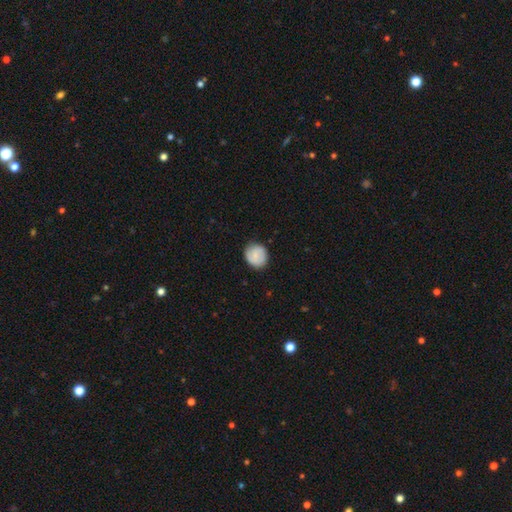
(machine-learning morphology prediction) Smooth or featured: smooth — 71% (featured or disk — 22%)
How rounded: round — 80% (in between — 19%)
Merging: none — 85% (minor disturbance — 12%)